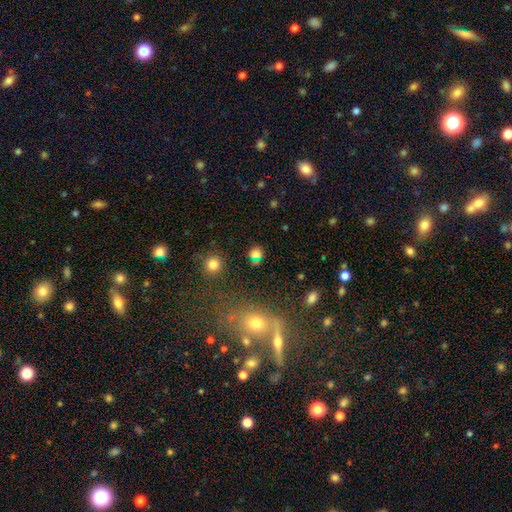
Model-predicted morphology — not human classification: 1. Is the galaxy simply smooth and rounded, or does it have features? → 75% smooth, 19% star or artifact, 6% featured or disk.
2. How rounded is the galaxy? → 79% round, 20% in between, 1% cigar-shaped.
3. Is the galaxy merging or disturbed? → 82% none, 9% minor disturbance, 6% merger, 4% major disturbance.